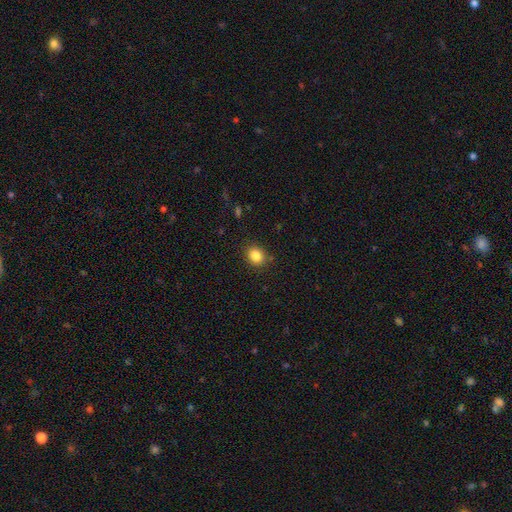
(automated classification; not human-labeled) smooth 84%, star or artifact 11%, featured or disk 5%. Down the decision tree: how rounded — round (67%); merging — none (87%).